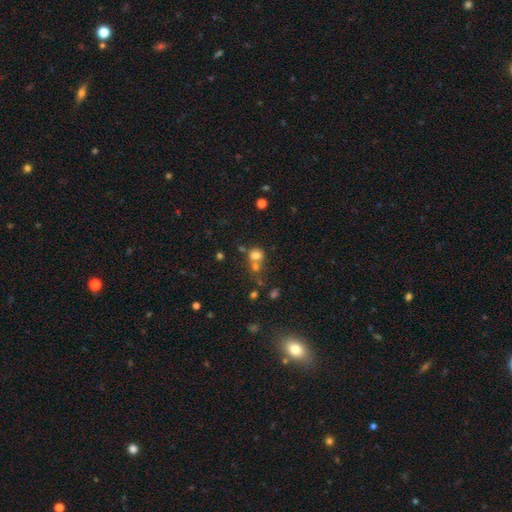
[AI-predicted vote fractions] The model was most divided on "merging": merger: 47%, none: 37%, minor disturbance: 10%, major disturbance: 6%. More confident: how rounded — round (72%); smooth or featured — smooth (71%).